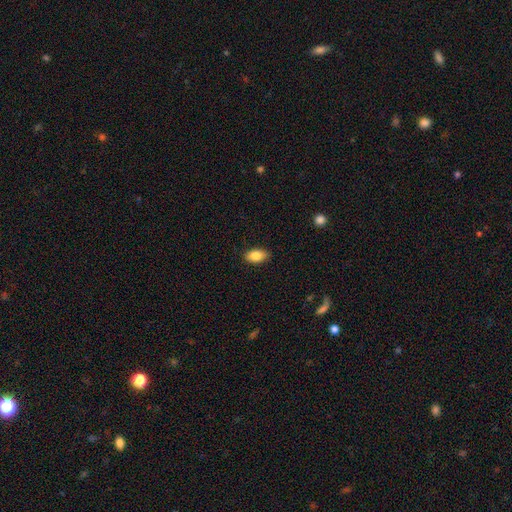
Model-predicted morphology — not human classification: This is clearly a smooth galaxy (83%). How rounded: clearly in between (90%). Merging: clearly none (87%).